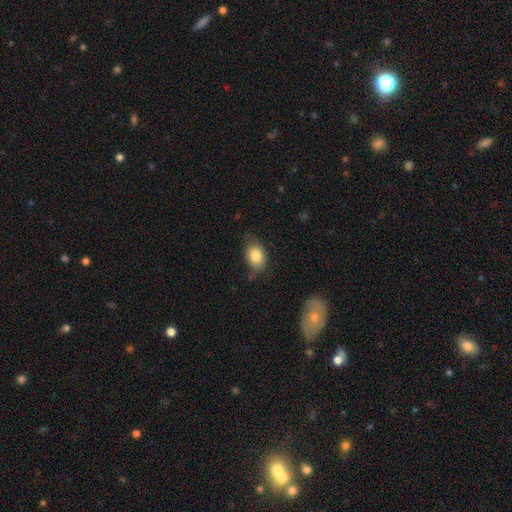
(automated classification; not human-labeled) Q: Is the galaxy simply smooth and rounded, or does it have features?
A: smooth — 83%.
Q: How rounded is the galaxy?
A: in between — 78%.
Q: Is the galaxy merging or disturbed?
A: none — 70%.